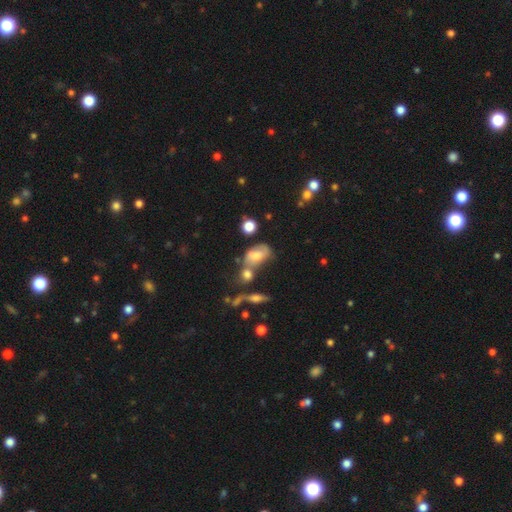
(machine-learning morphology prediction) A smooth galaxy with no disk features (53%) that is in between round and cigar-shaped (84%). Merging: none (35%).